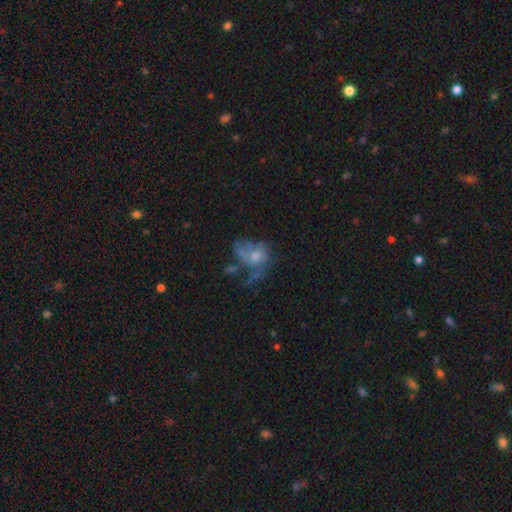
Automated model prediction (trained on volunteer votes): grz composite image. It shows a featured or disk galaxy (53%) with no bar (83%), no spiral arms (52%) and a moderate central bulge (47%). Merging: major disturbance (47%).